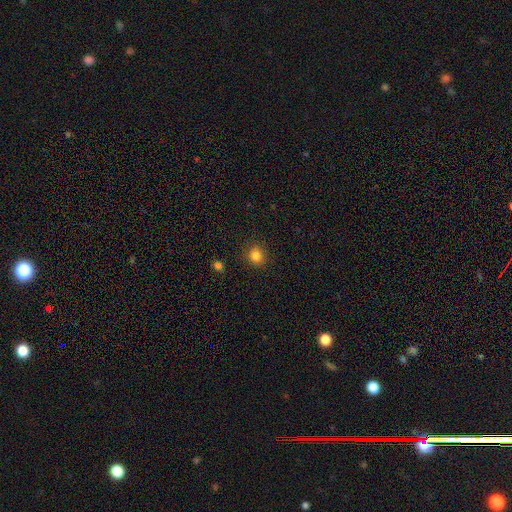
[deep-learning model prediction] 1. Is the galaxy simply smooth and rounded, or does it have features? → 83% smooth, 13% star or artifact, 5% featured or disk.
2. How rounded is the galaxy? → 84% round, 15% in between, 1% cigar-shaped.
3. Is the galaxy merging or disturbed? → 89% none, 7% minor disturbance, 2% major disturbance, 1% merger.